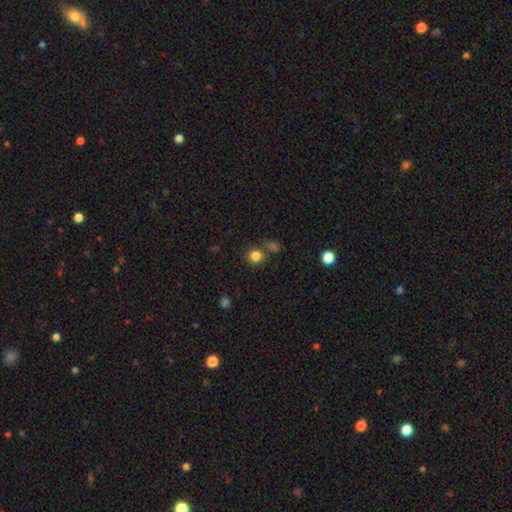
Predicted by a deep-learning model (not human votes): smooth_or_featured: smooth (p=0.83) [alt: star or artifact p=0.13]
how_rounded: round (p=0.86) [alt: in between p=0.13]
merging: none (p=0.72) [alt: merger p=0.14]